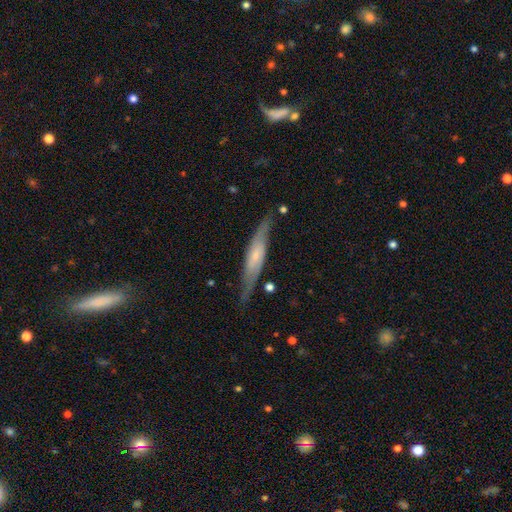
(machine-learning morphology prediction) Smooth or featured: featured or disk — 59% (smooth — 36%)
Edge-on disk: yes — 69% (no — 31%)
Merging: none — 71% (minor disturbance — 21%)